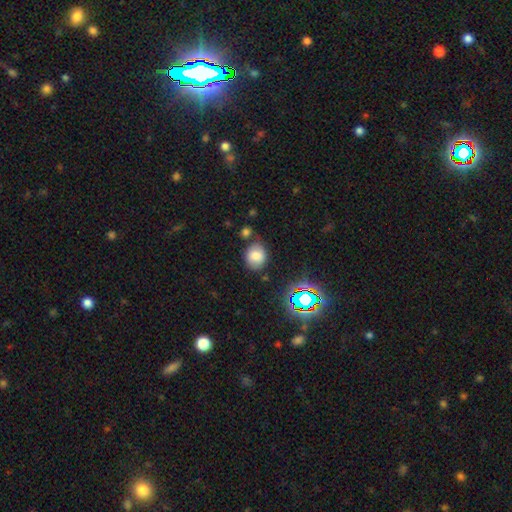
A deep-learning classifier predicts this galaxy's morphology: Overall: smooth (75%). How rounded: round (61%; in between 38%). Merging: none (72%).